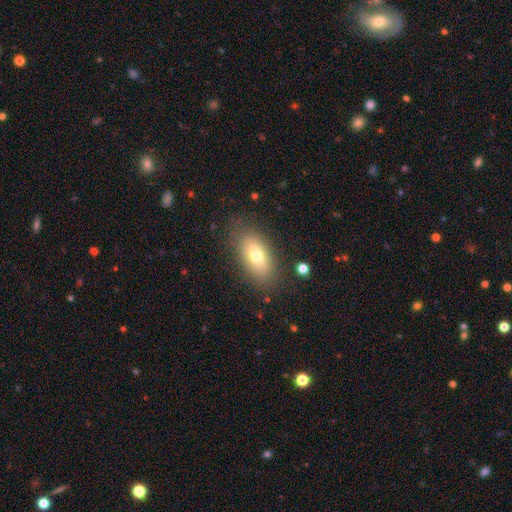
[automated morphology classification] smooth-or-featured: smooth: 73% | featured or disk: 18% | star or artifact: 9%
  how-rounded: in between: 88% | cigar-shaped: 7% | round: 5%
  merging: none: 81% | minor disturbance: 12% | major disturbance: 5% | merger: 2%